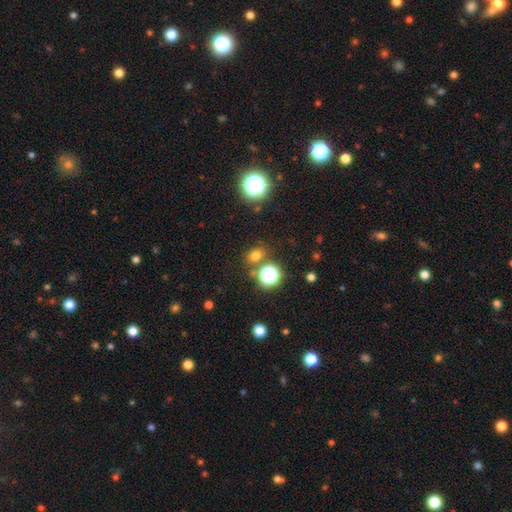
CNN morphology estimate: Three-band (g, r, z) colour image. It shows a smooth galaxy with no disk features (69%) that is round (60%). Merging: none (80%).